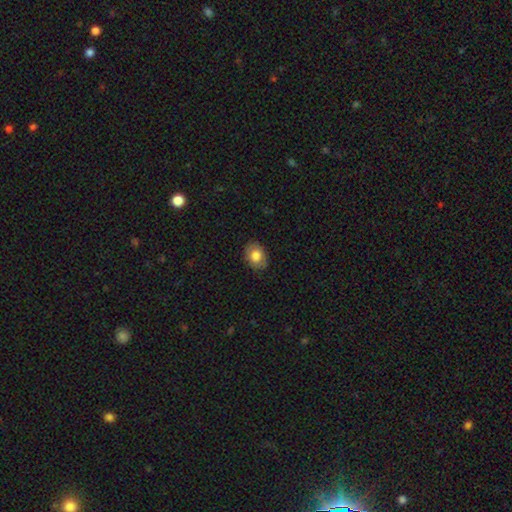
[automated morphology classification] type=smooth (78%); roundness=in between (68%); merging=none (84%).